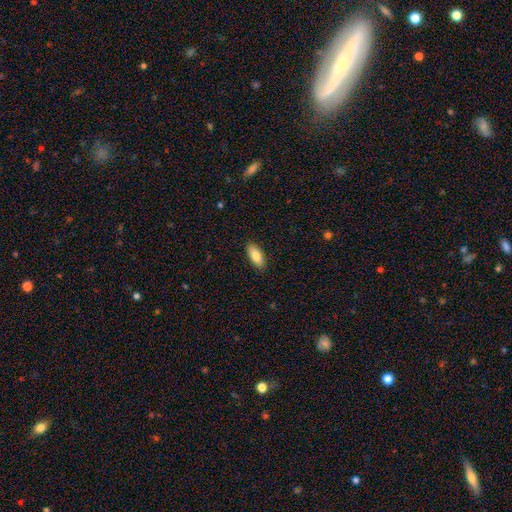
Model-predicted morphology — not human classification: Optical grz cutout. It shows a smooth galaxy with no disk features (85%) that is in between round and cigar-shaped (86%). Merging: none (88%).